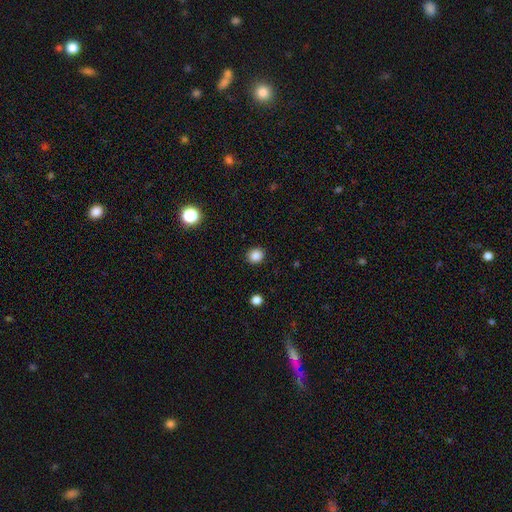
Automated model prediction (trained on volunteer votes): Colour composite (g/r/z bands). It shows a smooth galaxy with no disk features (85%) that is round (82%). Merging: none (91%).